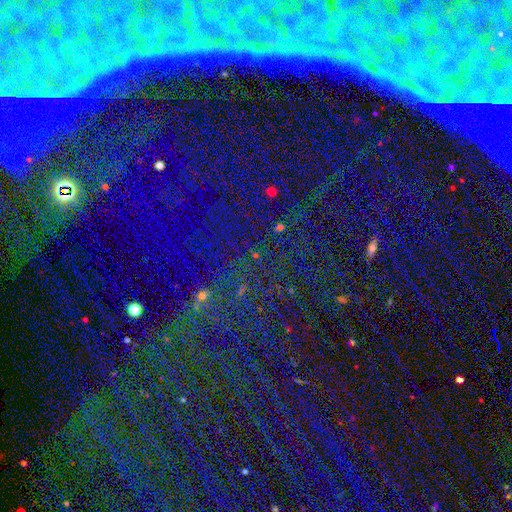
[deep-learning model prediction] Overall: star or artifact (73%).